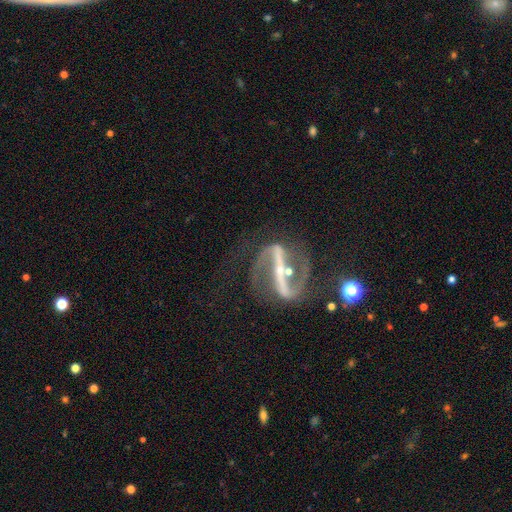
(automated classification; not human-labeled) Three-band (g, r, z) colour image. It shows a featured or disk galaxy (90%) with a strong bar (80%), 2 (92%) loose (46%) spiral arms (96%) and a small central bulge (72%). Merging: none (62%).